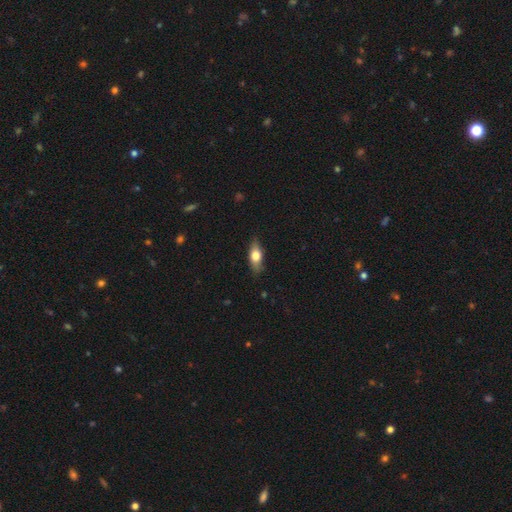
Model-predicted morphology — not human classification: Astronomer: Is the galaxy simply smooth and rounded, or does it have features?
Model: smooth — 63%.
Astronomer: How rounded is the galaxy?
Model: in between — 73%.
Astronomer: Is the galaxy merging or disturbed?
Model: none — 82%.